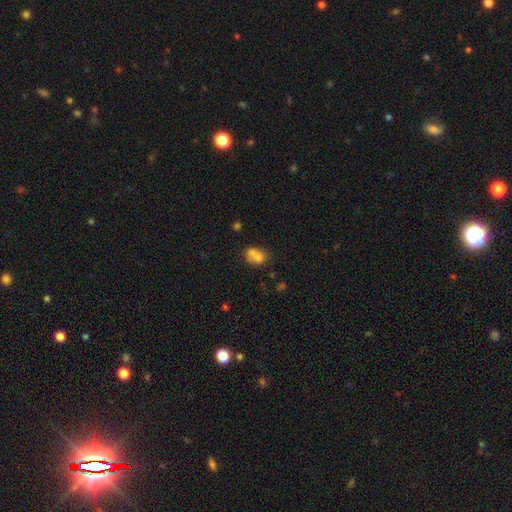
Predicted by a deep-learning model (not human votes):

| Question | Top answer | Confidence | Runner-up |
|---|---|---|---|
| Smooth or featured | smooth | 68% | featured or disk (20%) |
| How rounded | in between | 51% | round (48%) |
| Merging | merger | 55% | none (30%) |